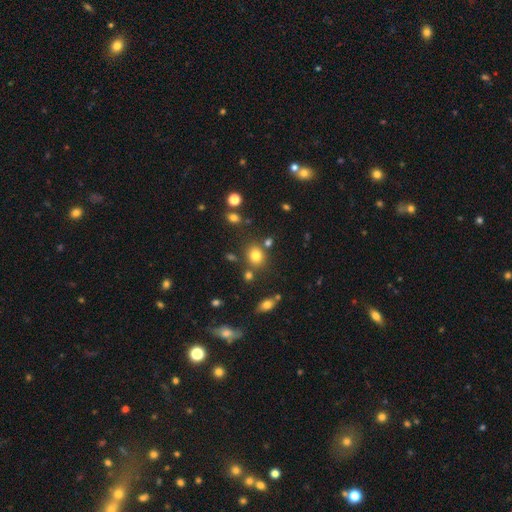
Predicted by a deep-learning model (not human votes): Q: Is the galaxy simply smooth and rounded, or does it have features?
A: smooth — 78%.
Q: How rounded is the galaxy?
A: round — 64%.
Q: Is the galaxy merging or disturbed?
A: none — 76%.